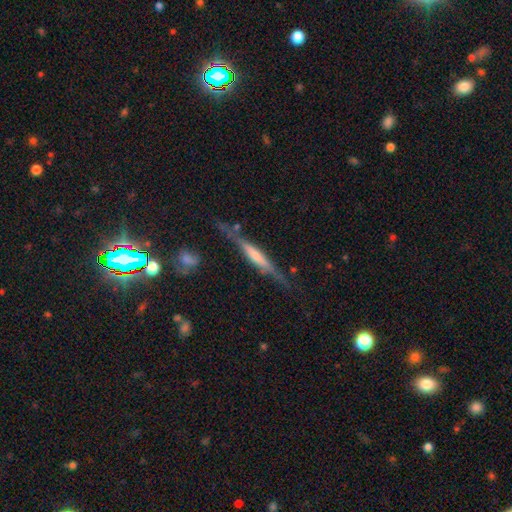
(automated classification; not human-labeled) smooth-or-featured: featured or disk: 65% | smooth: 29% | star or artifact: 6%
  disk-edge-on: yes: 94% | no: 6%
    edge-on-bulge: rounded: 38% | boxy: 36% | none: 26%
  merging: none: 71% | minor disturbance: 18% | major disturbance: 6% | merger: 4%